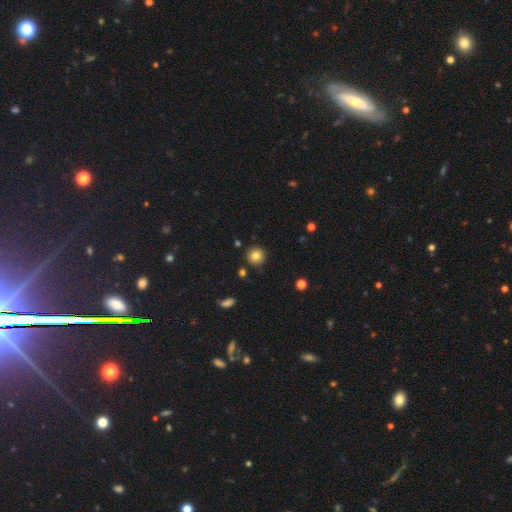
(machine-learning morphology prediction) smooth_or_featured: smooth (p=0.82) [alt: star or artifact p=0.11]
how_rounded: round (p=0.94) [alt: in between p=0.05]
merging: none (p=0.87) [alt: minor disturbance p=0.08]